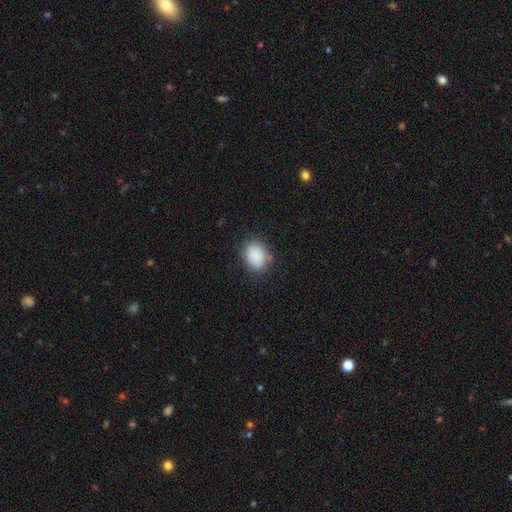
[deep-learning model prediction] Q: Smooth or featured?
A: smooth (87%); runner-up: star or artifact (8%)
Q: How rounded?
A: in between (60%); runner-up: round (40%)
Q: Merging?
A: none (79%); runner-up: minor disturbance (15%)